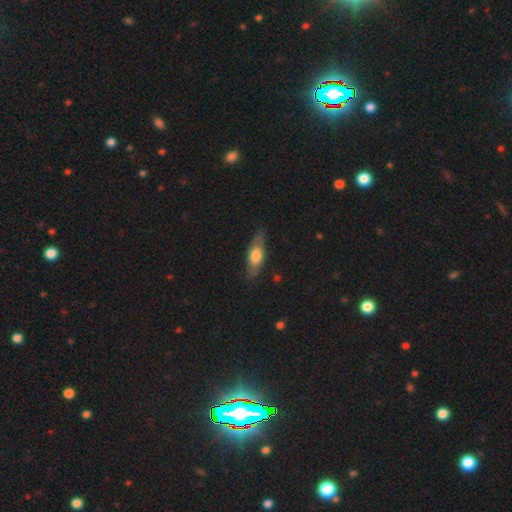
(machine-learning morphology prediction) A smooth galaxy with no disk features (59%) that is in between round and cigar-shaped (60%).

Vote fractions:
- Smooth or featured? smooth: 59% / featured or disk: 36% / star or artifact: 6%
- How rounded? in between: 60% / cigar-shaped: 37% / round: 3%
- Merging? none: 79% / minor disturbance: 16% / major disturbance: 4% / merger: 1%